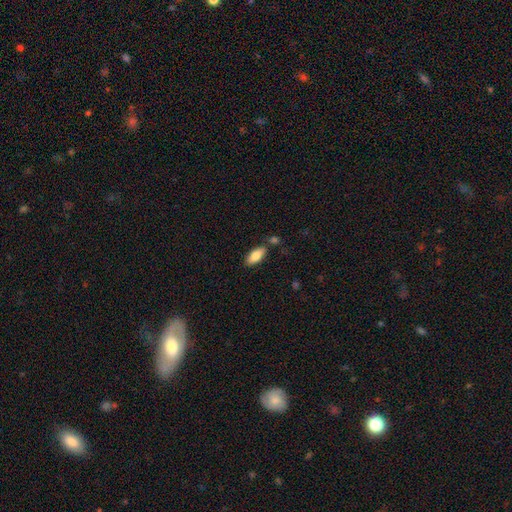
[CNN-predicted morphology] type=smooth (79%); roundness=in between (83%); merging=none (77%).